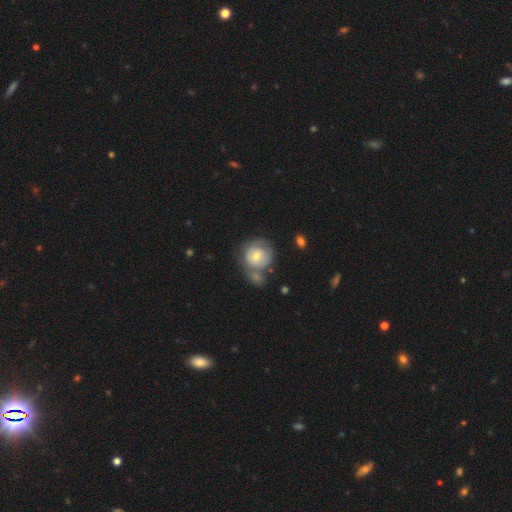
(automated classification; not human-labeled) A smooth galaxy with no disk features (58%) that is round (88%).

Vote fractions:
- Smooth or featured? smooth: 58% / featured or disk: 36% / star or artifact: 7%
- How rounded? round: 88% / in between: 11% / cigar-shaped: 1%
- Merging? none: 42% / merger: 27% / minor disturbance: 20% / major disturbance: 11%